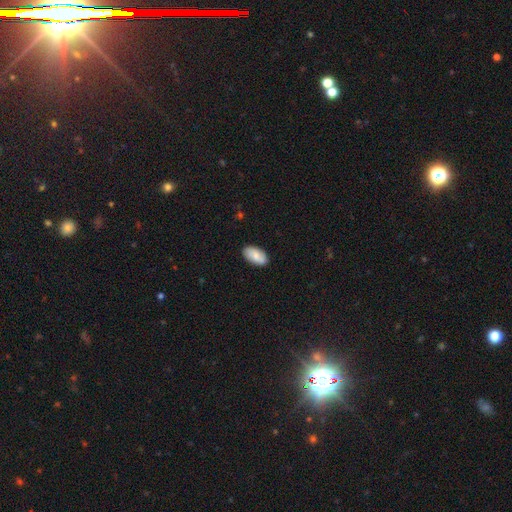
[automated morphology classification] smooth 74%, featured or disk 19%, star or artifact 6%. Down the decision tree: how rounded — in between (94%); merging — none (85%).